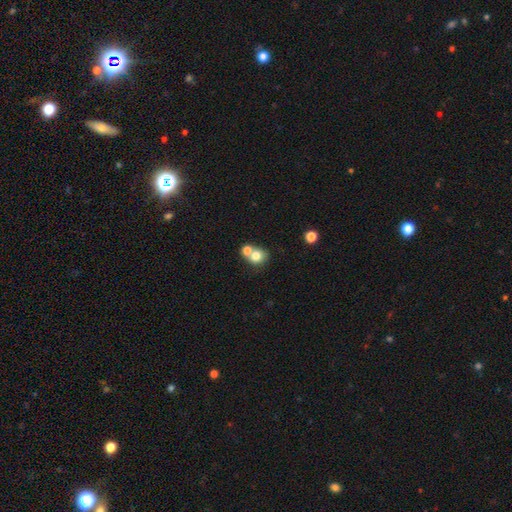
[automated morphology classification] type=smooth (76%); roundness=round (72%); merging=merger (54%).